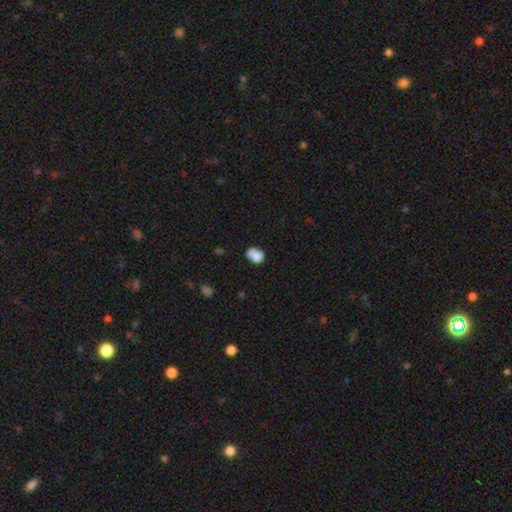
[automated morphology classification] smooth-or-featured: smooth: 76% | featured or disk: 14% | star or artifact: 10%
  how-rounded: in between: 60% | round: 39% | cigar-shaped: 1%
  merging: none: 34% | merger: 29% | minor disturbance: 25% | major disturbance: 11%